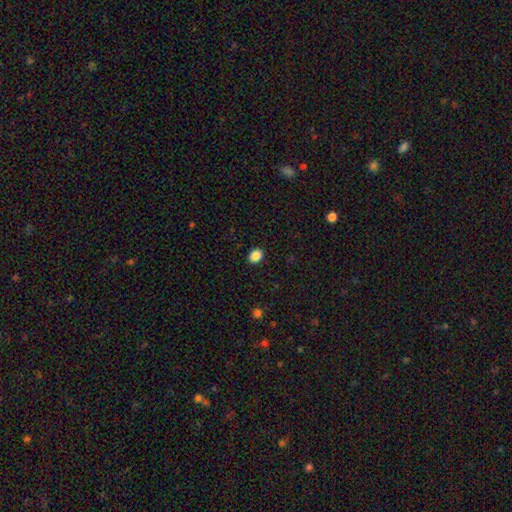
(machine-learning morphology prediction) smooth-or-featured: smooth: 87% | star or artifact: 9% | featured or disk: 3%
  how-rounded: in between: 52% | round: 47% | cigar-shaped: 1%
  merging: none: 91% | minor disturbance: 6% | major disturbance: 2% | merger: 1%